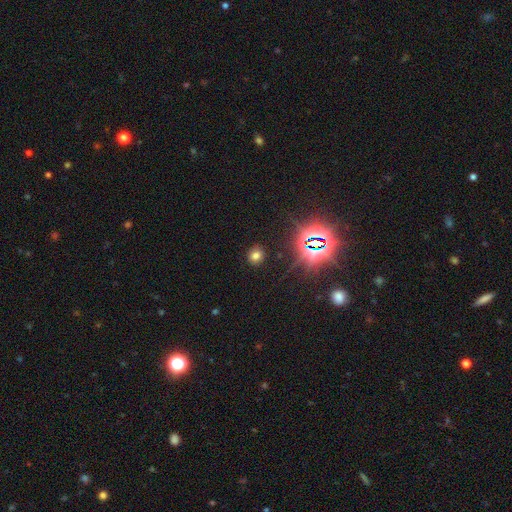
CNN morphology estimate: smooth 66%, star or artifact 26%, featured or disk 8%. Down the decision tree: how rounded — round (75%); merging — none (87%).